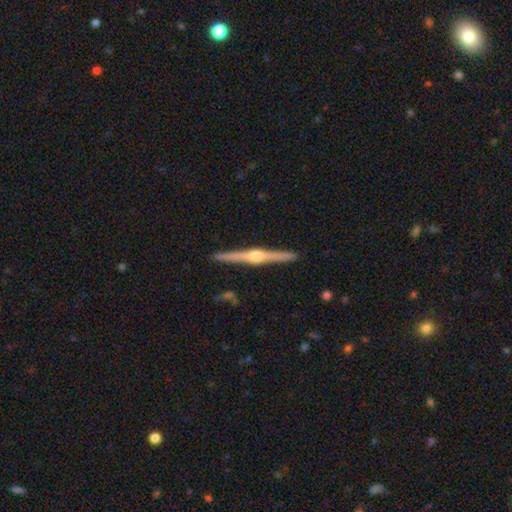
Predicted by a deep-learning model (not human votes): A featured or disk galaxy (86%) viewed edge-on (99%) with a rounded central bulge (91%).

Vote fractions:
- Smooth or featured? featured or disk: 86% / smooth: 9% / star or artifact: 5%
- Edge-on disk? yes: 99% / no: 1%
- Edge-on bulge? rounded: 91% / boxy: 6% / none: 4%
- Merging? none: 93% / minor disturbance: 5% / major disturbance: 1% / merger: 1%